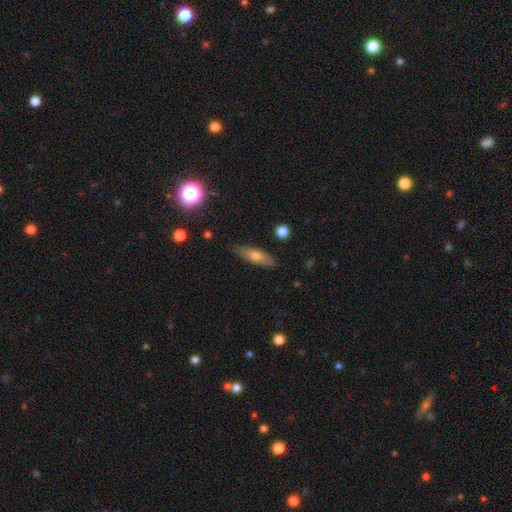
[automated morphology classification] The model was most divided on "how rounded": cigar-shaped: 54%, in between: 44%, round: 3%. More confident: merging — none (84%); smooth or featured — smooth (64%).